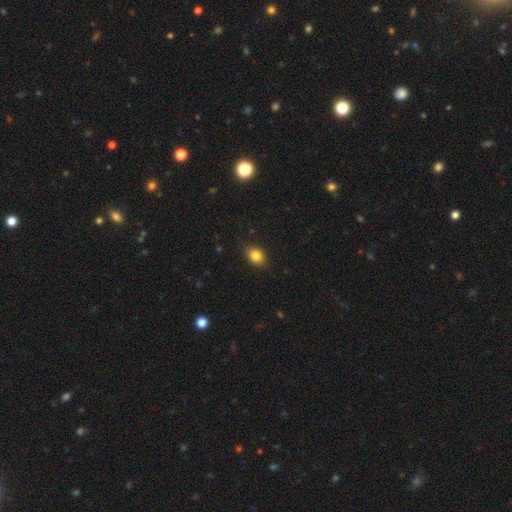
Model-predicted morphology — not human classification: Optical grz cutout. It shows a smooth galaxy with no disk features (83%) that is in between round and cigar-shaped (55%). Merging: none (82%).